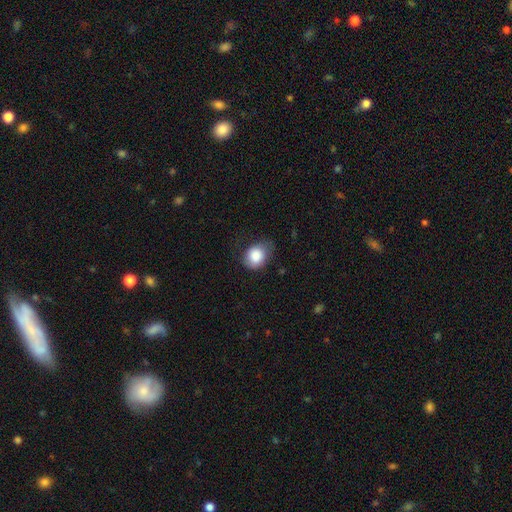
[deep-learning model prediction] This is clearly a smooth galaxy (84%). How rounded: possibly round (56%). Merging: possibly none (56%).